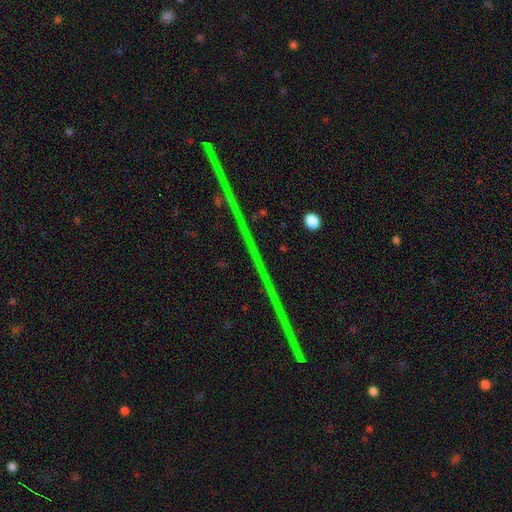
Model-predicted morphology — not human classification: smooth-or-featured: star or artifact: 81% | featured or disk: 13% | smooth: 6%